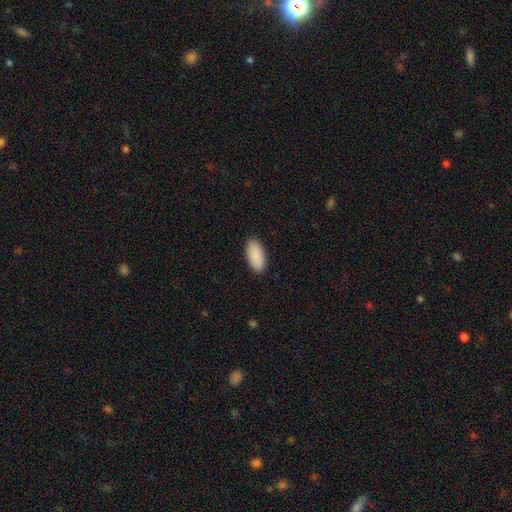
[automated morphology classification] Overall: smooth (91%). How rounded: in between (93%). Merging: none (90%).